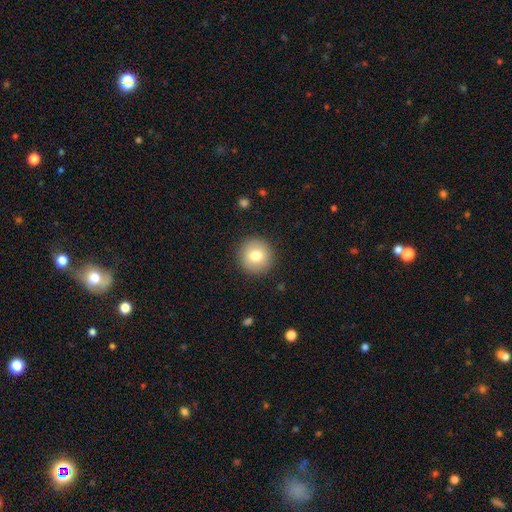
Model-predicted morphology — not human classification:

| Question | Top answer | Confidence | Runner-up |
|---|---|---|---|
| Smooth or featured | smooth | 78% | featured or disk (13%) |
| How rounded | round | 96% | in between (3%) |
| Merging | none | 91% | minor disturbance (6%) |